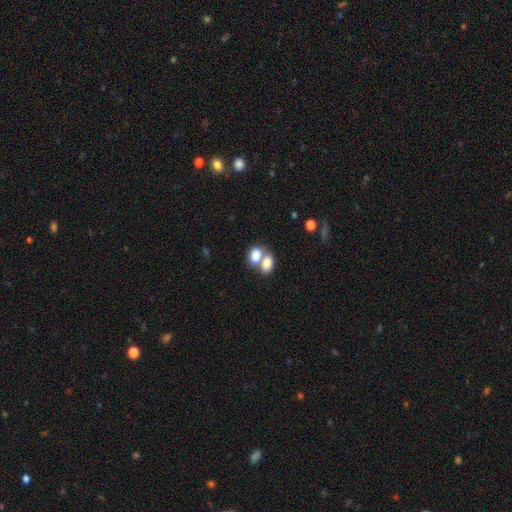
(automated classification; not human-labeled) This is likely a smooth galaxy (80%). How rounded: clearly in between (82%). Merging: likely merger (64%).